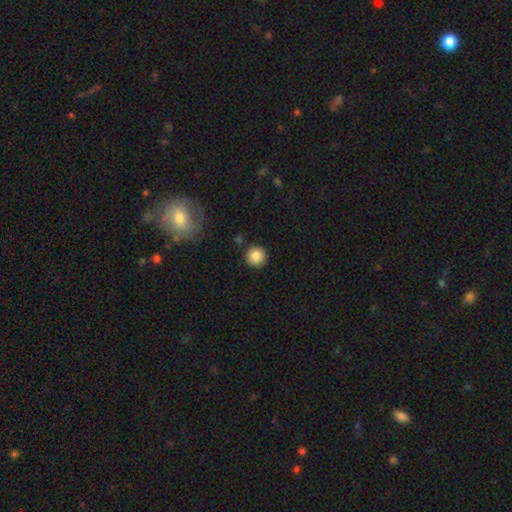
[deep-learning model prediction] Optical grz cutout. It shows a smooth galaxy with no disk features (86%) that is round (95%). Merging: none (89%).